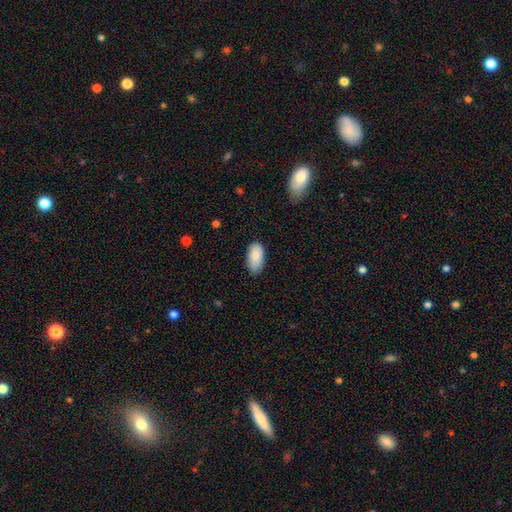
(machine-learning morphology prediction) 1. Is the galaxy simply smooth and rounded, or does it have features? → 85% smooth, 8% featured or disk, 7% star or artifact.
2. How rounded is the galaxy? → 94% in between, 3% cigar-shaped, 3% round.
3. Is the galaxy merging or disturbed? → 74% none, 22% minor disturbance, 3% major disturbance, 1% merger.